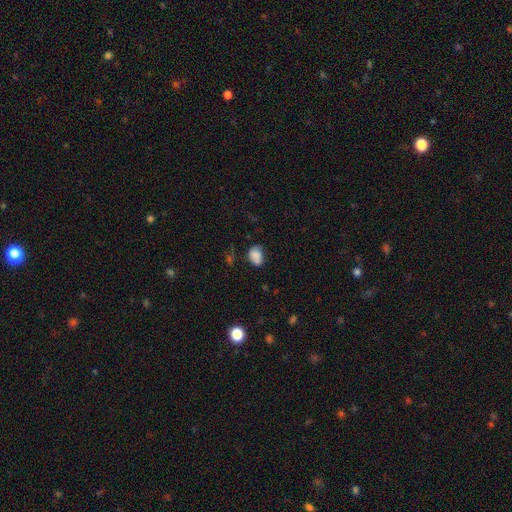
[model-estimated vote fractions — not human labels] A smooth galaxy with no disk features (82%) that is in between round and cigar-shaped (76%). Merging: none (53%).